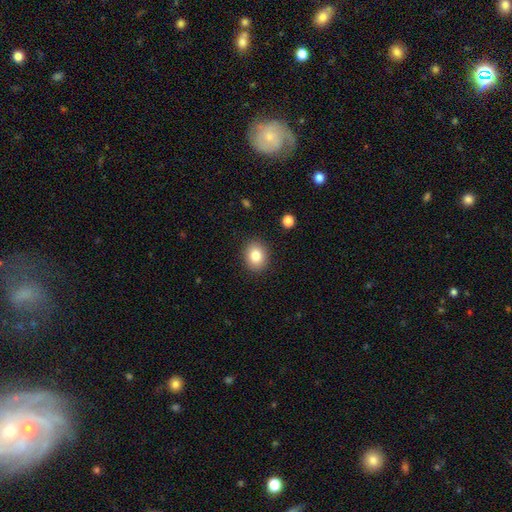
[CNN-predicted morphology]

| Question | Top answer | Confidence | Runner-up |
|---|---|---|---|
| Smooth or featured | smooth | 83% | star or artifact (9%) |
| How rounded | round | 58% | in between (42%) |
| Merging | none | 89% | minor disturbance (7%) |